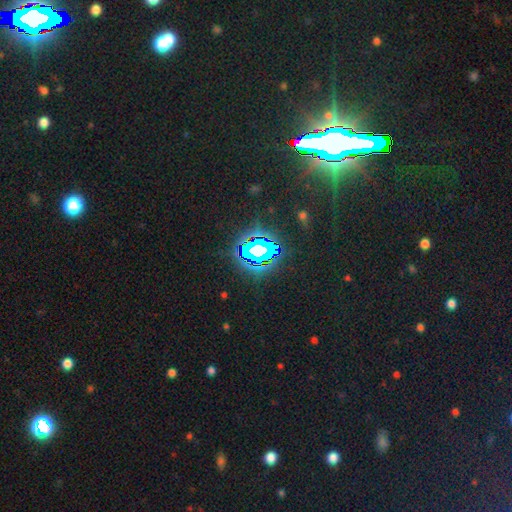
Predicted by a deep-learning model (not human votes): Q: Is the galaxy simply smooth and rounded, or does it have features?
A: star or artifact — 83%.